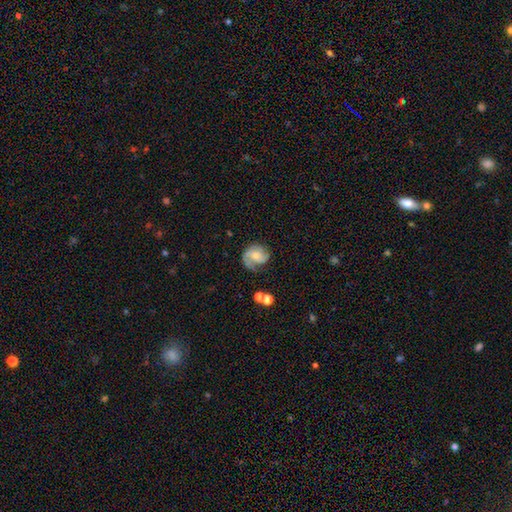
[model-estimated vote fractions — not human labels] A featured or disk galaxy (65%) with no bar (57%), 2 (62%) medium (45%) spiral arms (92%) and a small central bulge (37%). Merging: none (57%).